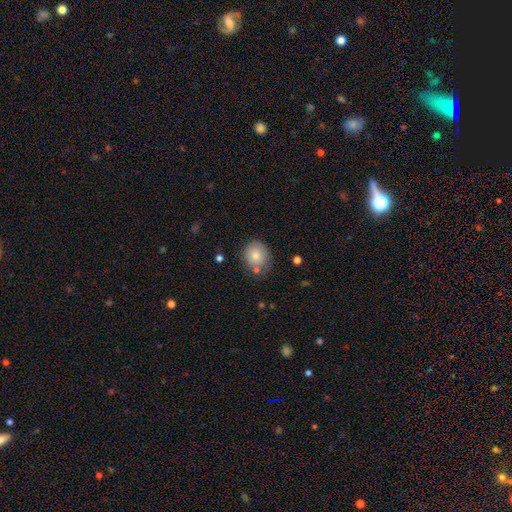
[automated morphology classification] smooth-or-featured: smooth: 80% | featured or disk: 11% | star or artifact: 9%
  how-rounded: round: 72% | in between: 27% | cigar-shaped: 1%
  merging: none: 69% | minor disturbance: 19% | merger: 7% | major disturbance: 5%